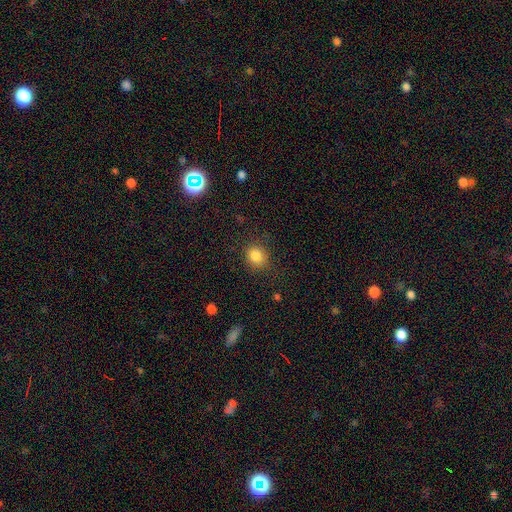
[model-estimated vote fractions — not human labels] A smooth galaxy with no disk features (84%) that is round (73%). Merging: none (83%).